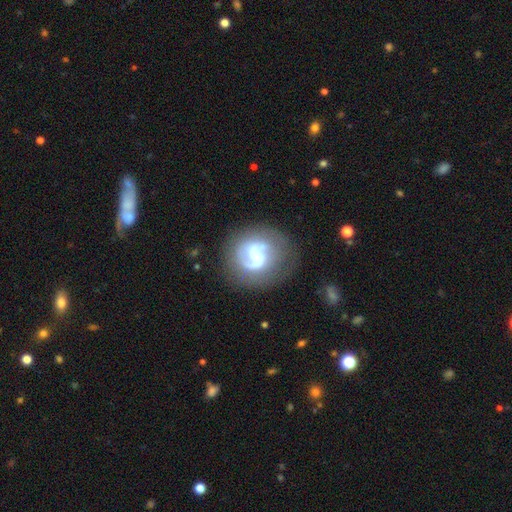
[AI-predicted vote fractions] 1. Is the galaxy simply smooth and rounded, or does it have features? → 77% featured or disk, 16% smooth, 7% star or artifact.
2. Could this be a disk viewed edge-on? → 98% no, 2% yes.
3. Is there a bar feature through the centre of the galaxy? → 45% weak, 28% no, 26% strong.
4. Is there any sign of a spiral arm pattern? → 90% yes, 10% no.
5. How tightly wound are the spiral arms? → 44% medium, 36% loose, 20% tight.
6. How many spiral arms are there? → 68% 2, 17% 1, 8% can't tell, 4% 3, 1% 4, 1% more than 4.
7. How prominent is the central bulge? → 30% moderate, 27% small, 20% none, 18% large, 4% dominant.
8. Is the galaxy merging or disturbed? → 64% none, 17% minor disturbance, 16% major disturbance, 3% merger.